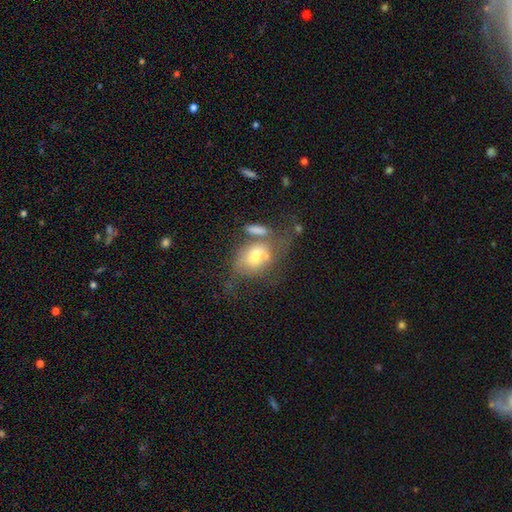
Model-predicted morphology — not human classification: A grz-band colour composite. It shows a smooth galaxy with no disk features (58%) that is in between round and cigar-shaped (72%). Merging: merger (30%).